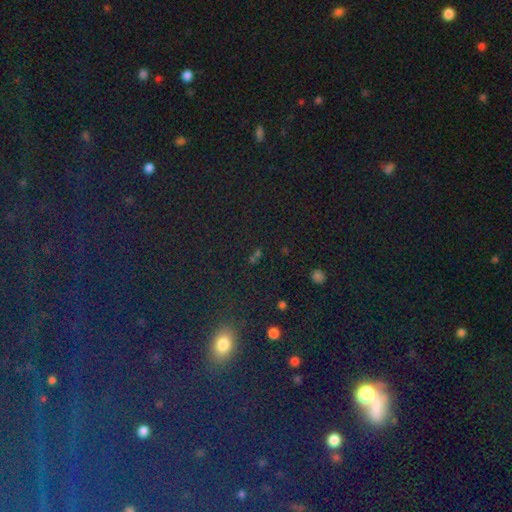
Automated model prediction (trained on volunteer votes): This appears to be a star or artifact, not a galaxy (50%).